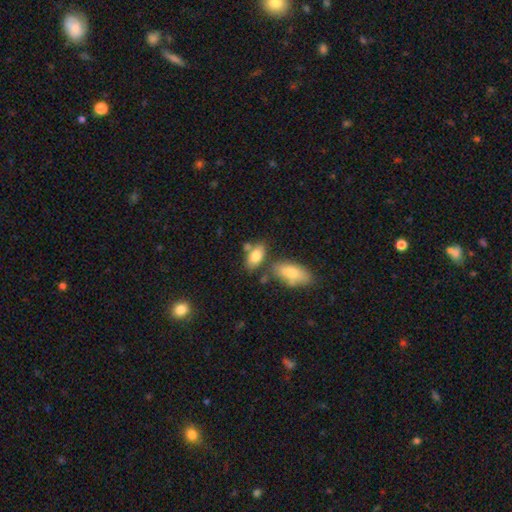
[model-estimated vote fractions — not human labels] The model was most divided on "merging": none: 58%, merger: 22%, minor disturbance: 16%, major disturbance: 5%. More confident: how rounded — in between (91%); smooth or featured — smooth (81%).